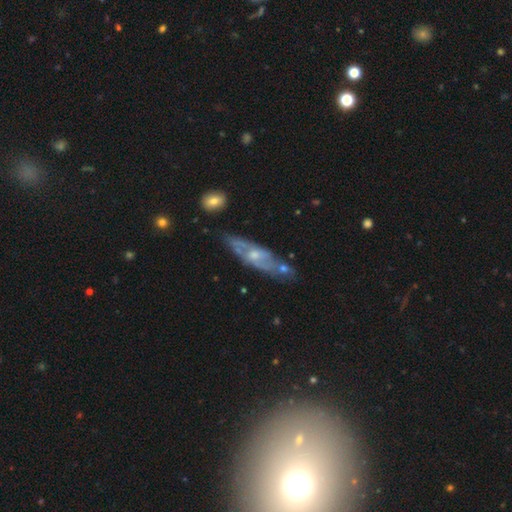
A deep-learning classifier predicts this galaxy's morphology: Q: Smooth or featured?
A: featured or disk (72%); runner-up: smooth (19%)
Q: Edge-on disk?
A: no (68%); runner-up: yes (32%)
Q: Merging?
A: none (67%); runner-up: minor disturbance (20%)